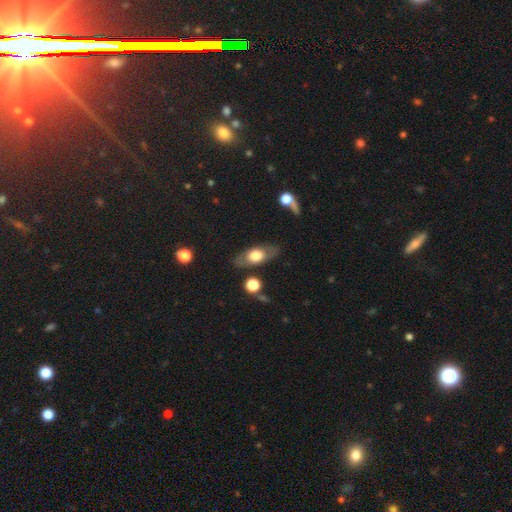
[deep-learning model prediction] This is possibly a smooth galaxy (56%). How rounded: likely in between (77%). Merging: likely none (78%).